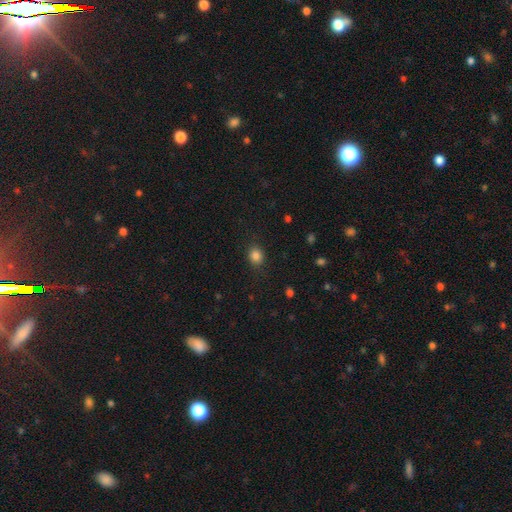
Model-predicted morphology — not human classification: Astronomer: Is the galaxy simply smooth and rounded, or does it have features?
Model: smooth — 84%.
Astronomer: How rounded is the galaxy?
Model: round — 71%.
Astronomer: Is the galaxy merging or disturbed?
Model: none — 85%.